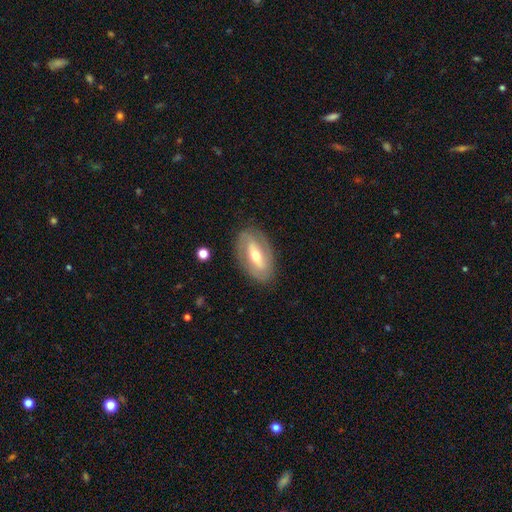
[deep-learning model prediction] Smooth or featured? Predicted: featured or disk (p=0.66). Edge-on disk? Predicted: no (p=0.86). Bar? Predicted: strong (p=0.51). Spiral arms? Predicted: yes (p=0.61). Bulge size? Predicted: moderate (p=0.64). Merging? Predicted: none (p=0.82).